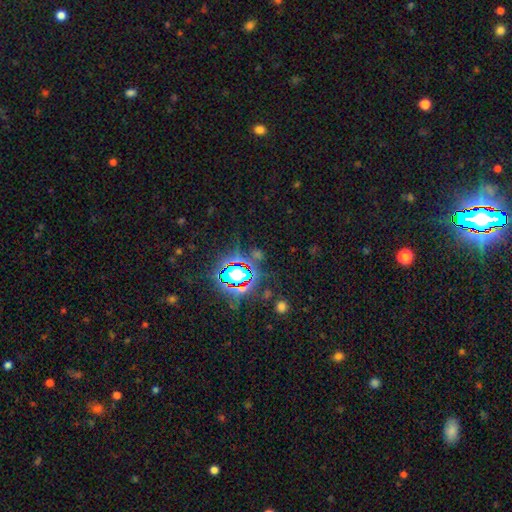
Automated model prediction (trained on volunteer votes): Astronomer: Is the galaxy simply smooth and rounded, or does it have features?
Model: star or artifact — 74%.